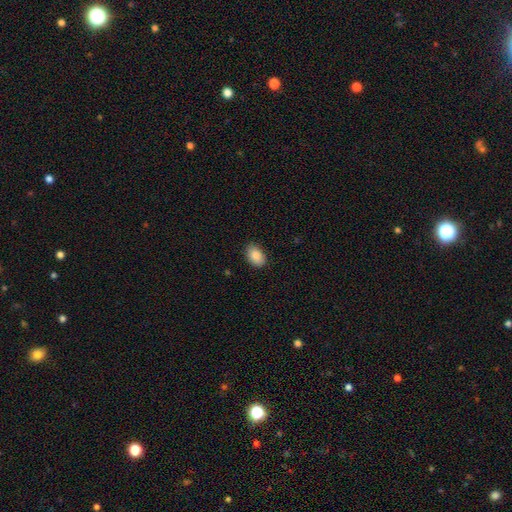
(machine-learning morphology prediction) The model was most divided on "how rounded": in between: 87%, round: 12%, cigar-shaped: 1%. More confident: merging — none (87%); smooth or featured — smooth (86%).